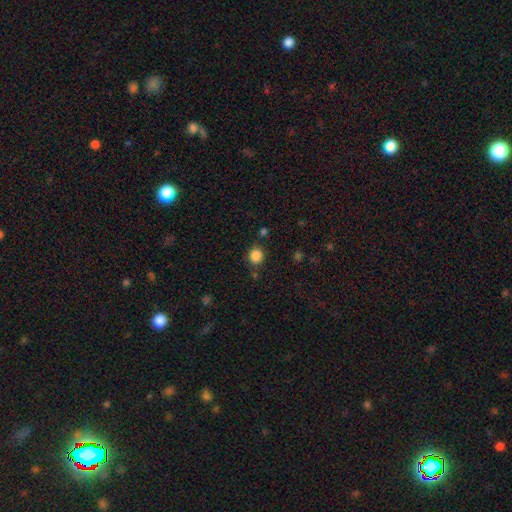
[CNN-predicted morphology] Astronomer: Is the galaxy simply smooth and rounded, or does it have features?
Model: smooth — 85%.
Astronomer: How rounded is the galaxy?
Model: round — 81%.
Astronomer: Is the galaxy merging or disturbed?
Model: none — 82%.